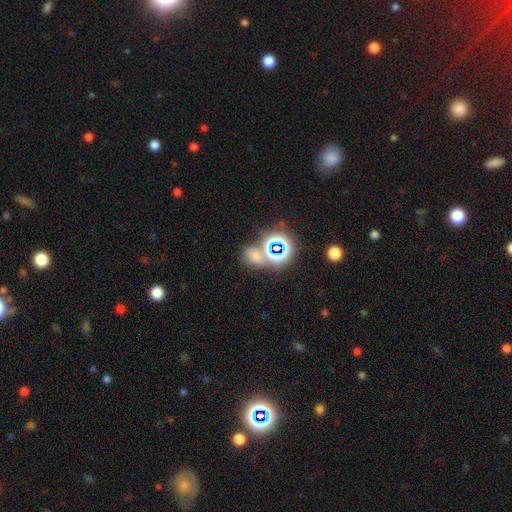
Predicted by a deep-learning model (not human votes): A star or artifact, not a galaxy (46%).